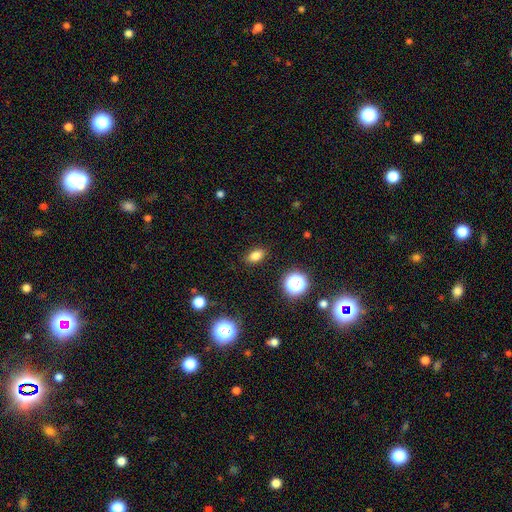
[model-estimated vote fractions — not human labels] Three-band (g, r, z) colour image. It shows a smooth galaxy with no disk features (80%) that is in between round and cigar-shaped (82%). Merging: none (88%).